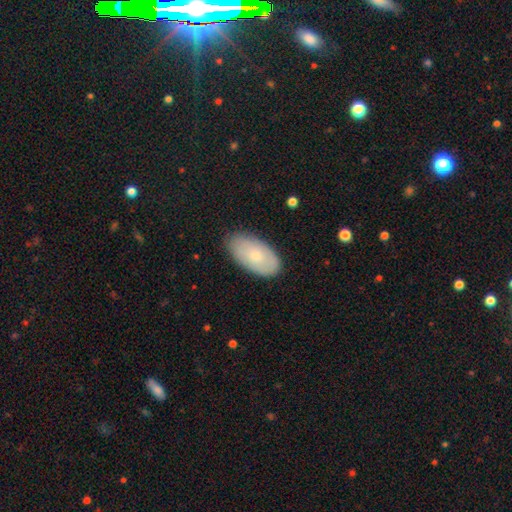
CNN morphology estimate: Overall: smooth (71%). How rounded: in between (95%). Merging: none (81%).